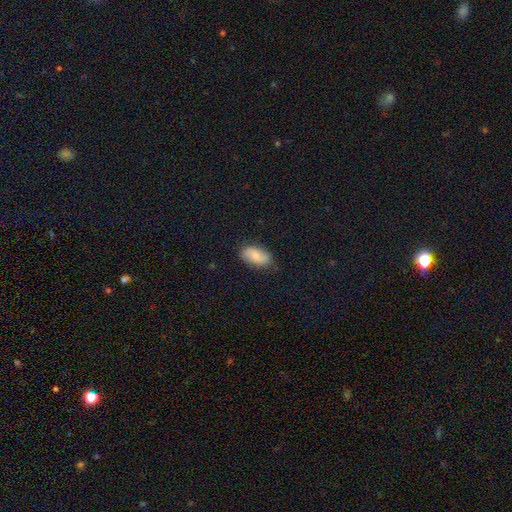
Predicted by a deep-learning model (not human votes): Smooth or featured: smooth — 73% (featured or disk — 21%)
How rounded: in between — 93% (round — 4%)
Merging: none — 80% (minor disturbance — 16%)